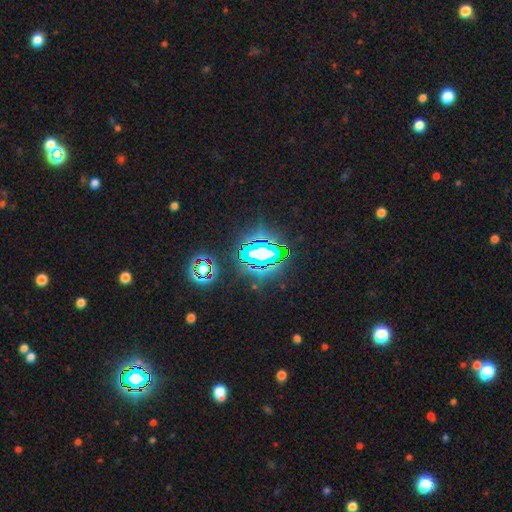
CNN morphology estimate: Smooth or featured: star or artifact — 83% (smooth — 10%)